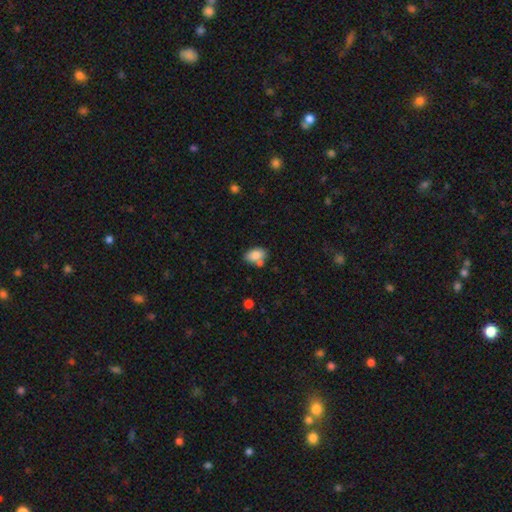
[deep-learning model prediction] Smooth or featured? smooth (84%)
How rounded? in between (90%)
Merging? none (63%)